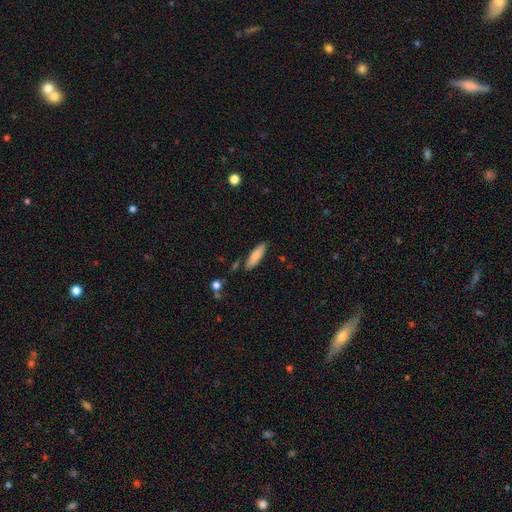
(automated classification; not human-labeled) This appears to be a smooth galaxy with no disk features (83%) that is cigar-shaped (56%). Merging: none (82%).